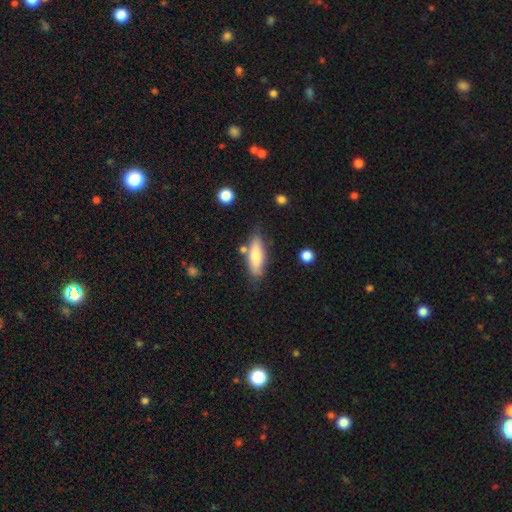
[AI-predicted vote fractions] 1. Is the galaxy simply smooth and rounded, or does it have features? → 75% smooth, 19% featured or disk, 6% star or artifact.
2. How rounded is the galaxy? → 51% in between, 48% cigar-shaped, 2% round.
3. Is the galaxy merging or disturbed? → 73% none, 17% minor disturbance, 6% merger, 4% major disturbance.